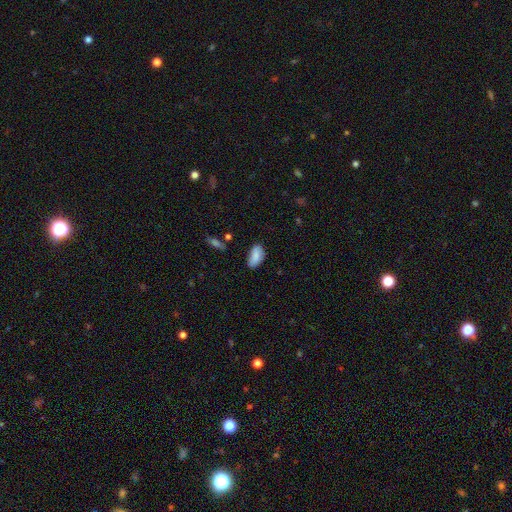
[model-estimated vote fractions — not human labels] This appears to be a smooth galaxy with no disk features (84%) that is in between round and cigar-shaped (93%). Merging: none (72%).